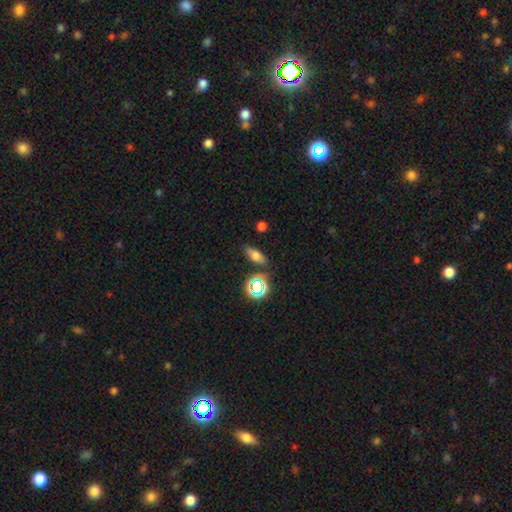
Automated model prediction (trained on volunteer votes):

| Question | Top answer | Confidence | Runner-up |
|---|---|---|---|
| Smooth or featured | smooth | 68% | star or artifact (17%) |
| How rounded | in between | 72% | cigar-shaped (18%) |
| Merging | none | 81% | minor disturbance (12%) |